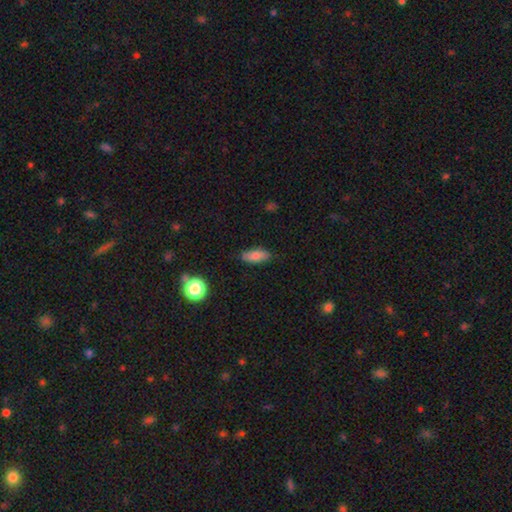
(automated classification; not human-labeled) smooth 80%, featured or disk 12%, star or artifact 8%. Down the decision tree: how rounded — in between (79%); merging — none (83%).